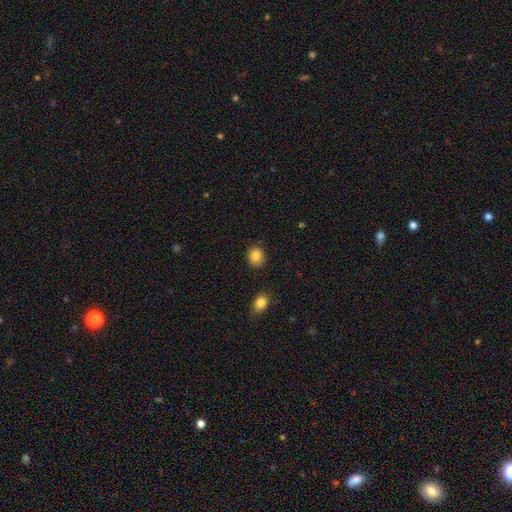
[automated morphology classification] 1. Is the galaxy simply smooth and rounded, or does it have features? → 85% smooth, 9% star or artifact, 6% featured or disk.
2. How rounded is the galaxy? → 69% round, 30% in between, 1% cigar-shaped.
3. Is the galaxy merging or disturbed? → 88% none, 8% minor disturbance, 2% major disturbance, 2% merger.